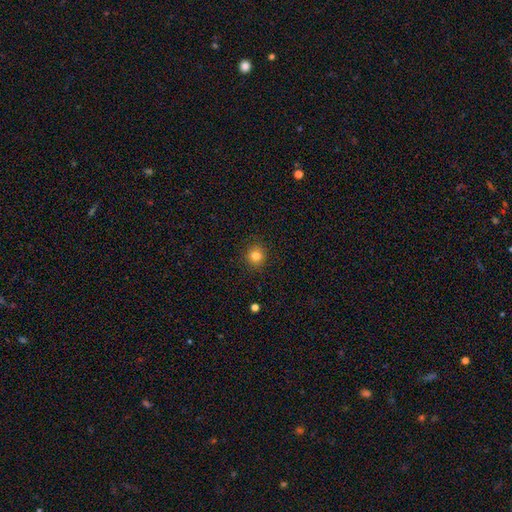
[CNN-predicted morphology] This appears to be a smooth galaxy with no disk features (81%) that is round (90%). Merging: none (91%).